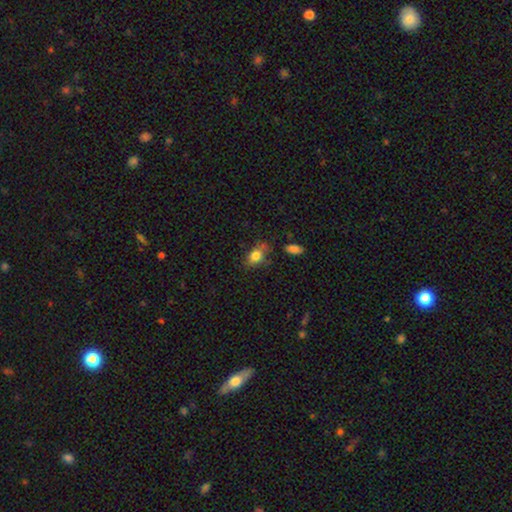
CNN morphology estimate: Smooth or featured?
  - smooth: 81% *
  - featured or disk: 10%
  - star or artifact: 9%
How rounded?
  - in between: 75% *
  - round: 23%
  - cigar-shaped: 2%
Merging?
  - none: 63% *
  - minor disturbance: 23%
  - merger: 7%
  - major disturbance: 7%